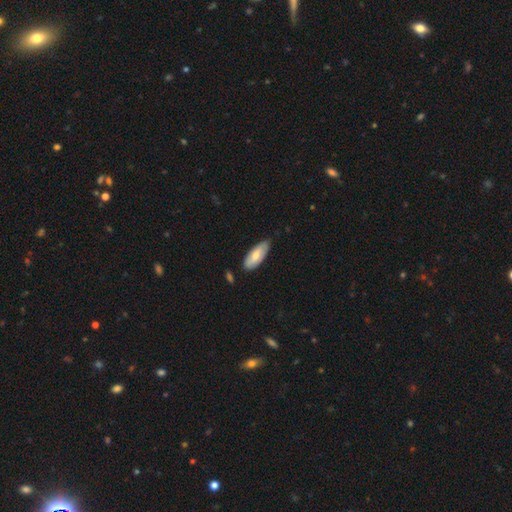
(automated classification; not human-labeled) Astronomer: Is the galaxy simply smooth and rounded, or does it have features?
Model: smooth — 61%.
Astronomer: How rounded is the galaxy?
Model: in between — 83%.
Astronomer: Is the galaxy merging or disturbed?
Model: none — 77%.